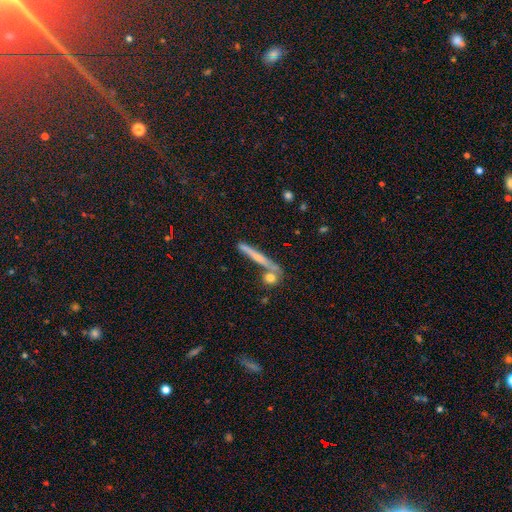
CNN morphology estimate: smooth_or_featured: featured or disk (p=0.46) [alt: smooth p=0.45]
merging: none (p=0.71) [alt: merger p=0.13]